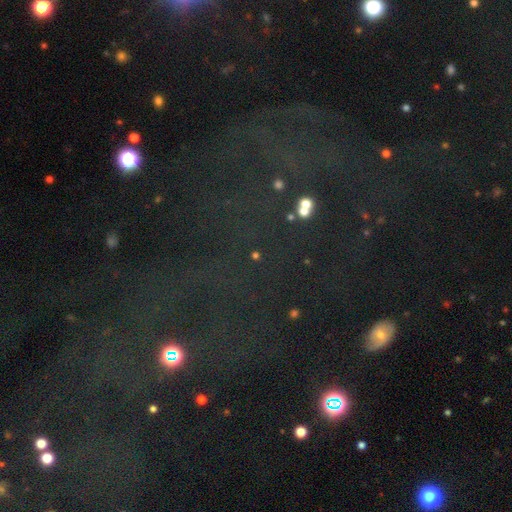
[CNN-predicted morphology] smooth-or-featured: star or artifact: 73% | smooth: 18% | featured or disk: 9%